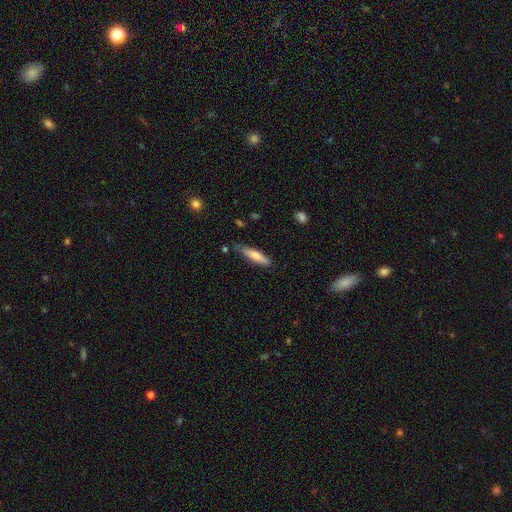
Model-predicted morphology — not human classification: smooth_or_featured: smooth (p=0.72) [alt: featured or disk p=0.22]
how_rounded: cigar-shaped (p=0.80) [alt: in between p=0.18]
merging: none (p=0.75) [alt: minor disturbance p=0.19]